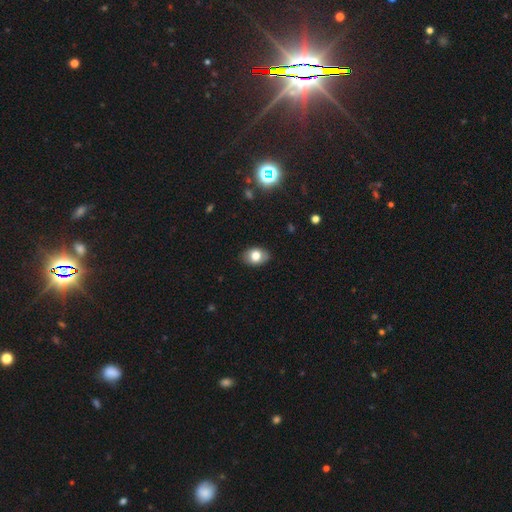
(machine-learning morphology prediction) This appears to be a smooth galaxy with no disk features (75%) that is in between round and cigar-shaped (78%). Merging: none (85%).